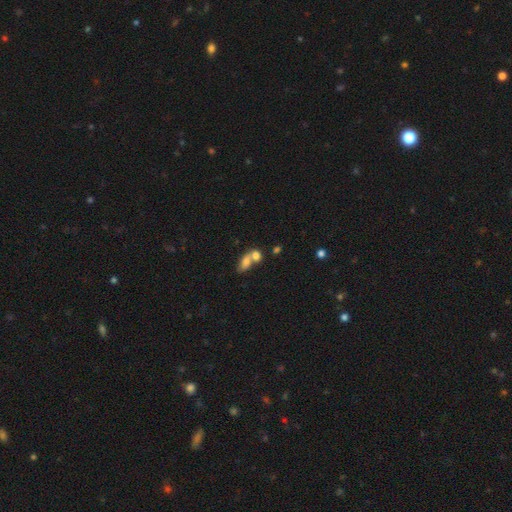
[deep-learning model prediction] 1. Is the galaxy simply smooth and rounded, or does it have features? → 72% smooth, 18% featured or disk, 11% star or artifact.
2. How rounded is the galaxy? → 67% in between, 27% round, 6% cigar-shaped.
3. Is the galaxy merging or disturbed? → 61% merger, 26% none, 8% minor disturbance, 5% major disturbance.